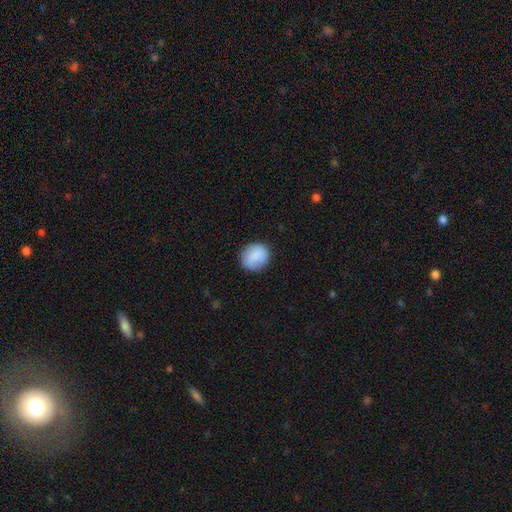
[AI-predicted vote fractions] smooth 85%, featured or disk 8%, star or artifact 7%. Down the decision tree: how rounded — round (84%); merging — none (84%).